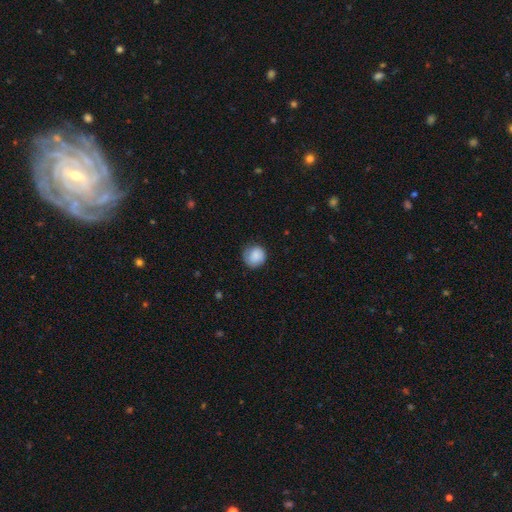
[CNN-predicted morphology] Q: Smooth or featured?
A: smooth (85%); runner-up: featured or disk (8%)
Q: How rounded?
A: round (89%); runner-up: in between (10%)
Q: Merging?
A: none (74%); runner-up: minor disturbance (20%)